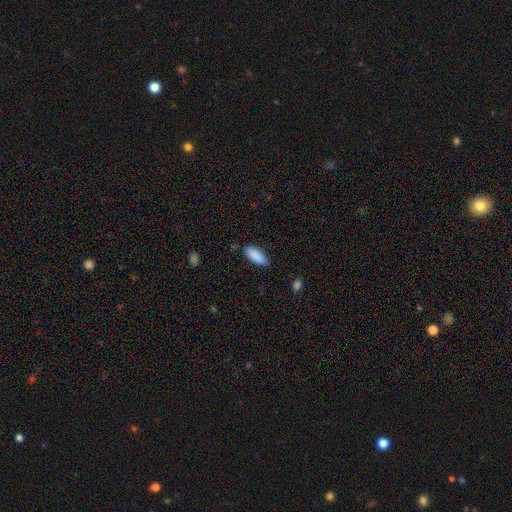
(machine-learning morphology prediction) The model was most divided on "how rounded": in between: 71%, cigar-shaped: 27%, round: 2%. More confident: smooth or featured — smooth (89%); merging — none (83%).